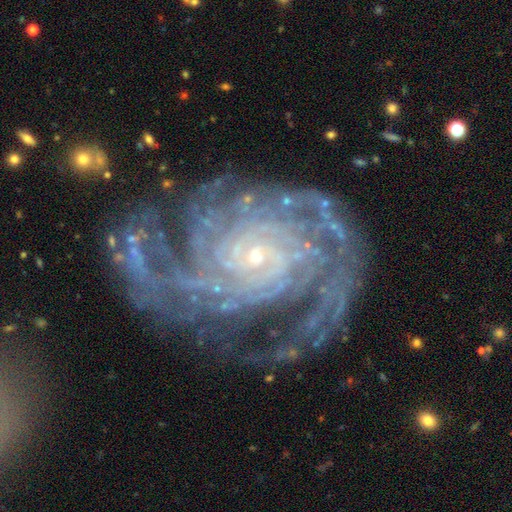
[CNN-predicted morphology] smooth-or-featured: featured or disk: 91% | star or artifact: 5% | smooth: 3%
  disk-edge-on: no: 98% | yes: 2%
    bar: no: 71% | weak: 21% | strong: 9%
    has-spiral-arms: yes: 98% | no: 2%
      spiral-winding: tight: 73% | medium: 23% | loose: 4%
      spiral-arm-count: 4: 22% (tied) | more than 4: 22% (tied) | can't tell: 18% | 3: 15% | 2: 14% | 1: 9%
    bulge-size: small: 87% | moderate: 9% | none: 2% | large: 1% | dominant: 1%
  merging: none: 67% | minor disturbance: 18% | major disturbance: 12% | merger: 3%